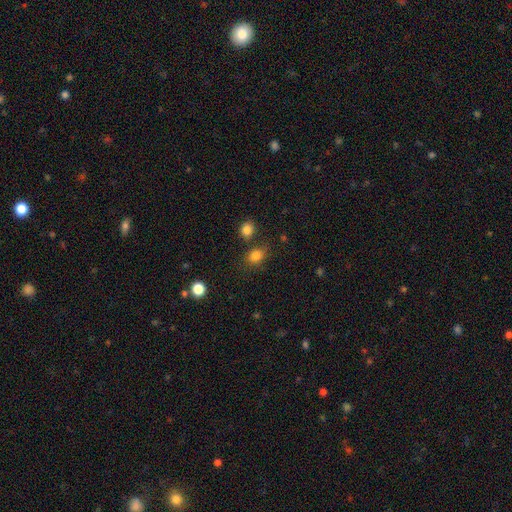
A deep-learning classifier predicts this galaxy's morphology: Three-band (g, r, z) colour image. It shows a smooth galaxy with no disk features (82%) that is round (56%). Merging: none (71%).